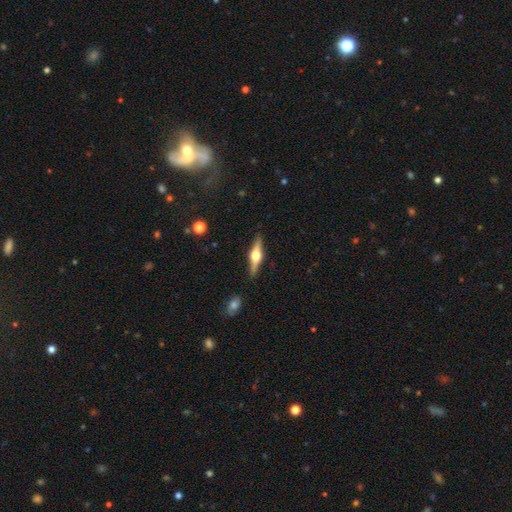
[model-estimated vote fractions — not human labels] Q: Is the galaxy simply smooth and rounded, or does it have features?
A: featured or disk — 71%.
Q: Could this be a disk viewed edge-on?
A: yes — 97%.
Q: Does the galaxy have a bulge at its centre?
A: rounded — 95%.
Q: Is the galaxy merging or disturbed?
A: none — 89%.